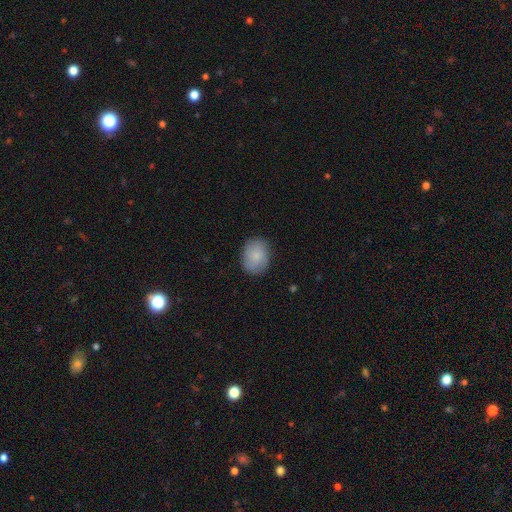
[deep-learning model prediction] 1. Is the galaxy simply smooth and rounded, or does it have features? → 80% smooth, 13% featured or disk, 7% star or artifact.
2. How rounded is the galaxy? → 62% in between, 37% round, 1% cigar-shaped.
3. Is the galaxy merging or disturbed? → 82% none, 14% minor disturbance, 3% major disturbance, 1% merger.